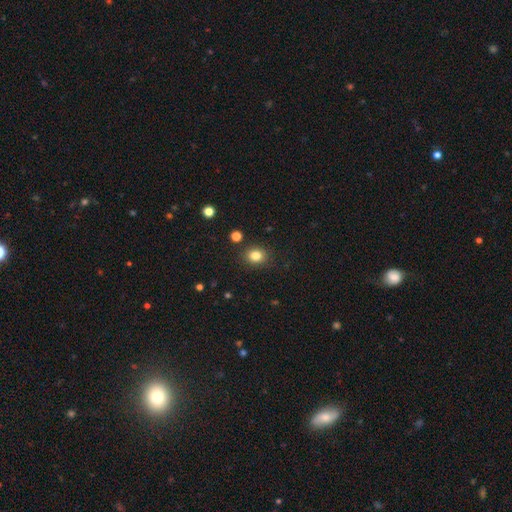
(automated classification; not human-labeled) The model was most divided on "how rounded": round: 68%, in between: 31%, cigar-shaped: 1%. More confident: merging — none (86%); smooth or featured — smooth (82%).